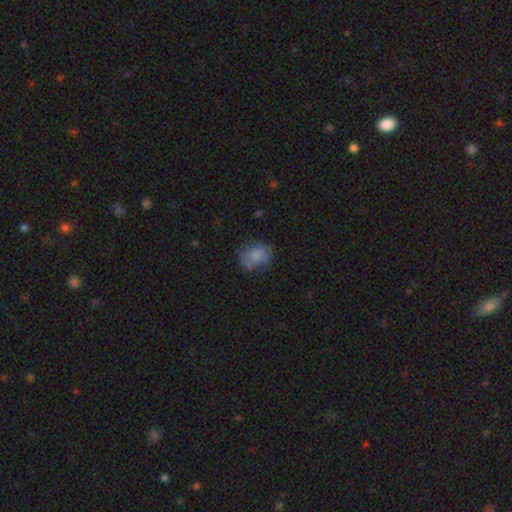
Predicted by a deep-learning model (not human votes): A smooth galaxy with no disk features (68%) that is in between round and cigar-shaped (53%). Merging: none (54%).